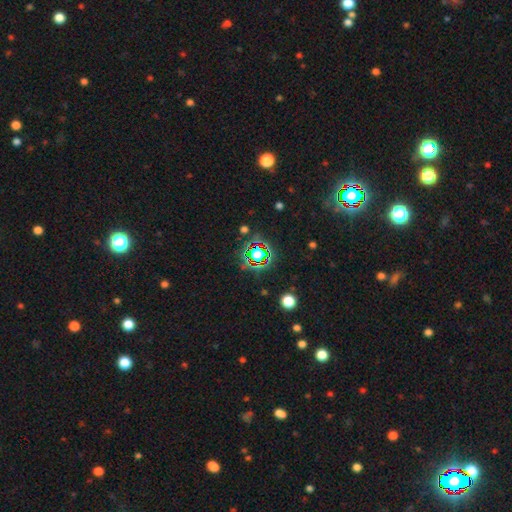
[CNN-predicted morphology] smooth_or_featured: star or artifact (p=0.67) [alt: smooth p=0.21]